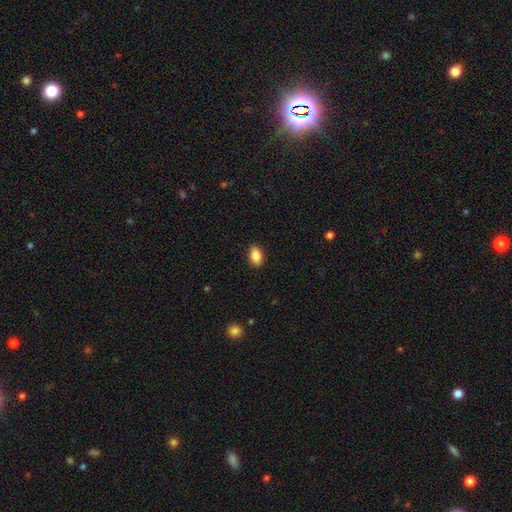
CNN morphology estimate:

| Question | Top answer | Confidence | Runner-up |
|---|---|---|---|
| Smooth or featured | smooth | 87% | star or artifact (7%) |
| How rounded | in between | 90% | round (8%) |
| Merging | none | 90% | minor disturbance (7%) |